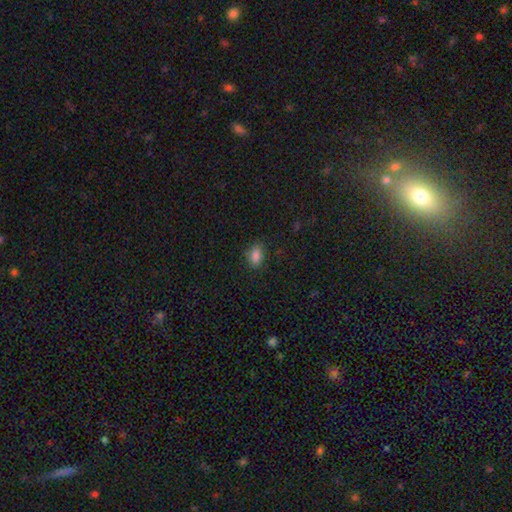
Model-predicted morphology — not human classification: smooth 84%, star or artifact 11%, featured or disk 5%. Down the decision tree: how rounded — in between (86%); merging — none (81%).